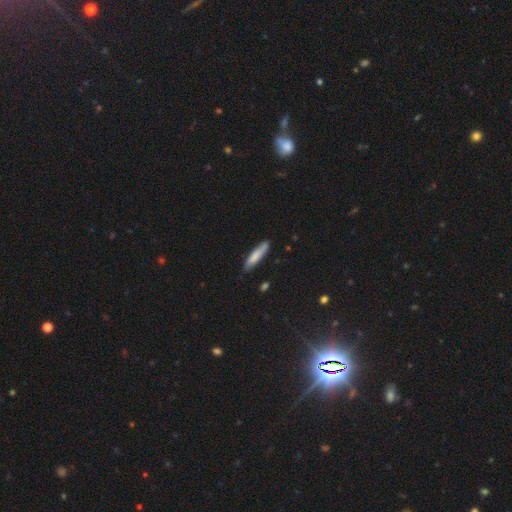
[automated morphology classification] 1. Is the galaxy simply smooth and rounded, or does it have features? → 77% smooth, 17% featured or disk, 6% star or artifact.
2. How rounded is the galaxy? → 84% cigar-shaped, 14% in between, 1% round.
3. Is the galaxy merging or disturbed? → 80% none, 16% minor disturbance, 2% major disturbance, 2% merger.